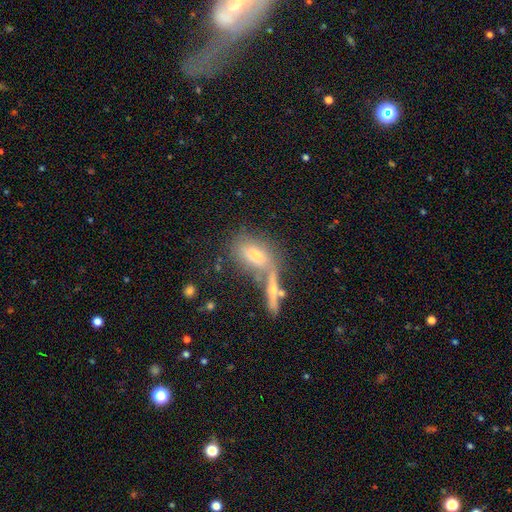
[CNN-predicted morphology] This appears to be a smooth galaxy with no disk features (60%) that is in between round and cigar-shaped (75%). Merging: none (47%).